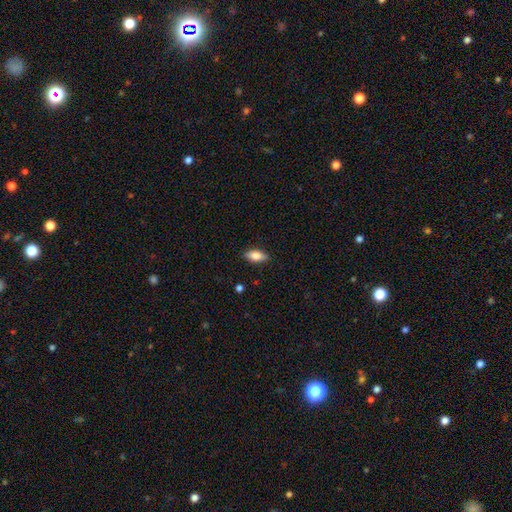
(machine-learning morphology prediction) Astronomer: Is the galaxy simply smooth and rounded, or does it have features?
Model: smooth — 79%.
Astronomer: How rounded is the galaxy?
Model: in between — 84%.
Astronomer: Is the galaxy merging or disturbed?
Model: none — 87%.